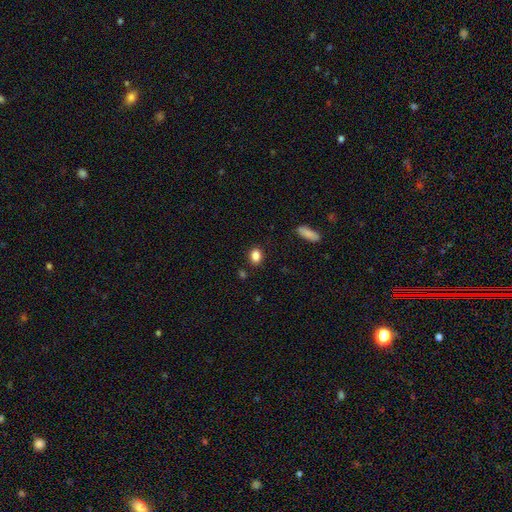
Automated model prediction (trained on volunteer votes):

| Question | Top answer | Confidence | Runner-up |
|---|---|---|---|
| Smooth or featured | smooth | 86% | star or artifact (10%) |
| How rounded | in between | 70% | round (29%) |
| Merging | none | 86% | minor disturbance (10%) |